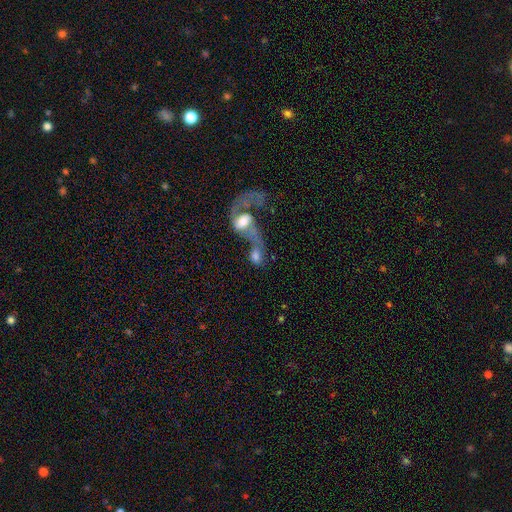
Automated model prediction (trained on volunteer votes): Smooth or featured?
  - featured or disk: 46% *
  - smooth: 45%
  - star or artifact: 9%
Merging?
  - merger: 73% *
  - major disturbance: 13%
  - none: 9%
  - minor disturbance: 5%